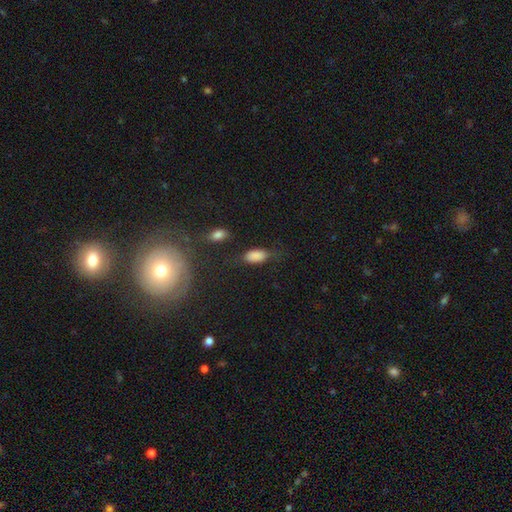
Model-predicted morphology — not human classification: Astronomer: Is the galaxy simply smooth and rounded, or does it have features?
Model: smooth — 84%.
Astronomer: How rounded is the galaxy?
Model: in between — 89%.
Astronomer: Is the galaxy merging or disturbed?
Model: none — 54% (runner-up: minor disturbance, 29%).